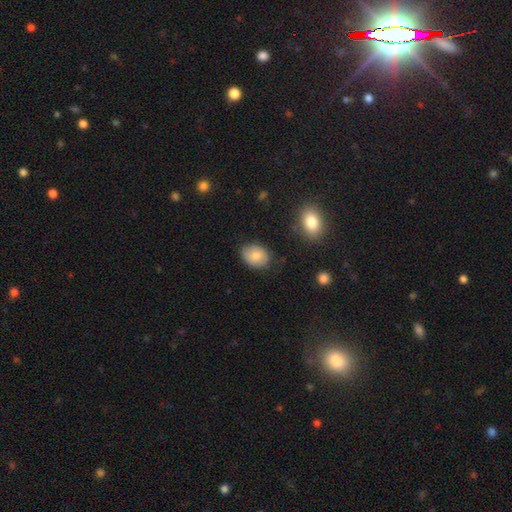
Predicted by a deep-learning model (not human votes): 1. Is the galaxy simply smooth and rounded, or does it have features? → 81% smooth, 12% featured or disk, 7% star or artifact.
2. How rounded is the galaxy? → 67% in between, 32% round, 1% cigar-shaped.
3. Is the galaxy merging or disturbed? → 80% none, 15% minor disturbance, 3% major disturbance, 2% merger.